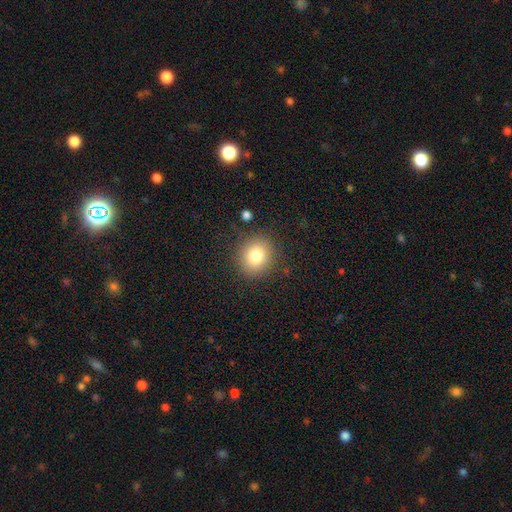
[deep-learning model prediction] The model was most divided on "how rounded": round: 81%, in between: 18%, cigar-shaped: 1%. More confident: merging — none (86%); smooth or featured — smooth (80%).